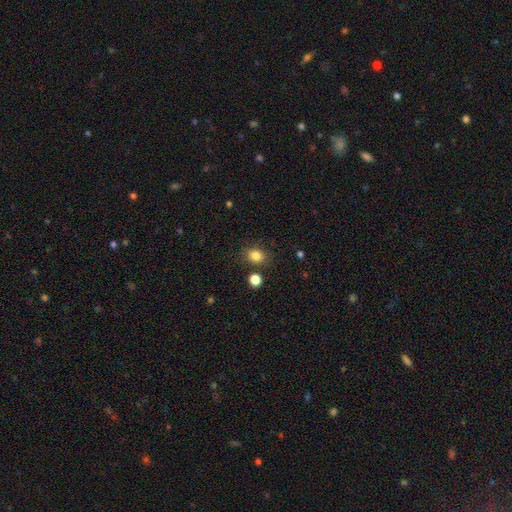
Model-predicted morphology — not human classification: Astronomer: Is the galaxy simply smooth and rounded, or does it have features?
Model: smooth — 83%.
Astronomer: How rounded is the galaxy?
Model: round — 55% (runner-up: in between, 44%).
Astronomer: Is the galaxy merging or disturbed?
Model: none — 80%.